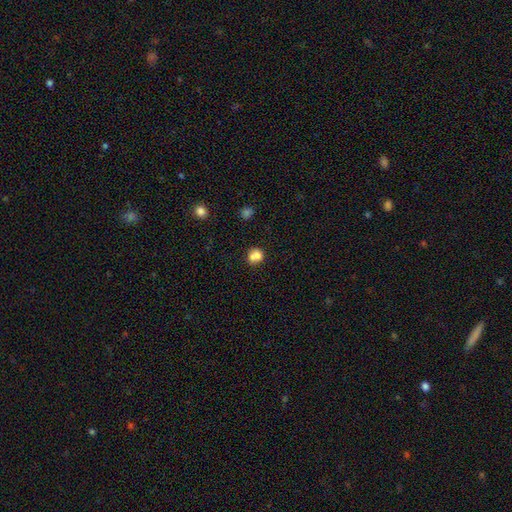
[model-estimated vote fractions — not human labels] The model was most divided on "merging": merger: 51%, none: 35%, minor disturbance: 10%, major disturbance: 4%. More confident: smooth or featured — smooth (75%); how rounded — round (73%).